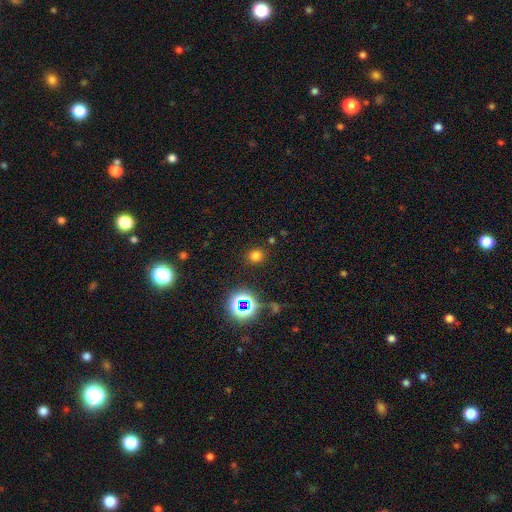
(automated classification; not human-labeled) Morphology: type=smooth (72%); roundness=round (84%); merging=none (88%).